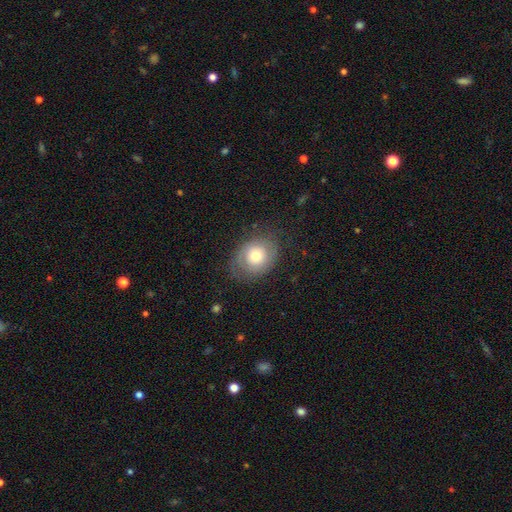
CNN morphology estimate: A smooth galaxy with no disk features (57%) that is round (51%).

Vote fractions:
- Smooth or featured? smooth: 57% / featured or disk: 34% / star or artifact: 9%
- How rounded? round: 51% / in between: 48% / cigar-shaped: 1%
- Merging? none: 71% / minor disturbance: 18% / major disturbance: 9% / merger: 1%